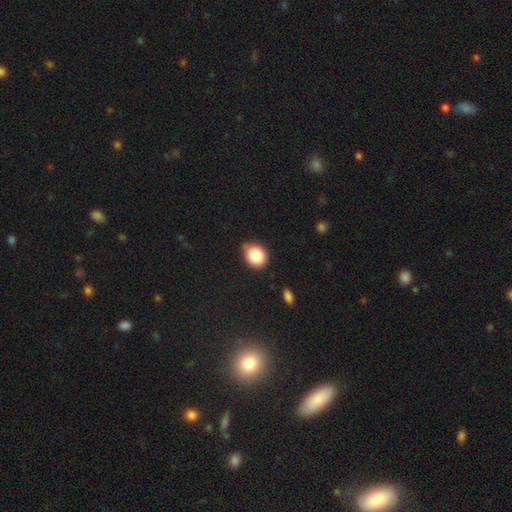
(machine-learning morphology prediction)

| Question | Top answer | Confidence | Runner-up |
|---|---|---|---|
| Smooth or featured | smooth | 84% | star or artifact (9%) |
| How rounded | round | 66% | in between (33%) |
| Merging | none | 73% | minor disturbance (21%) |